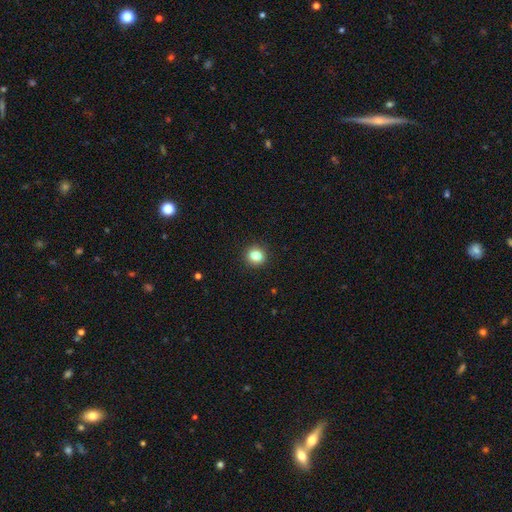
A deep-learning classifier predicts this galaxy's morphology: This is clearly a smooth galaxy (82%). How rounded: clearly round (88%). Merging: clearly none (92%).